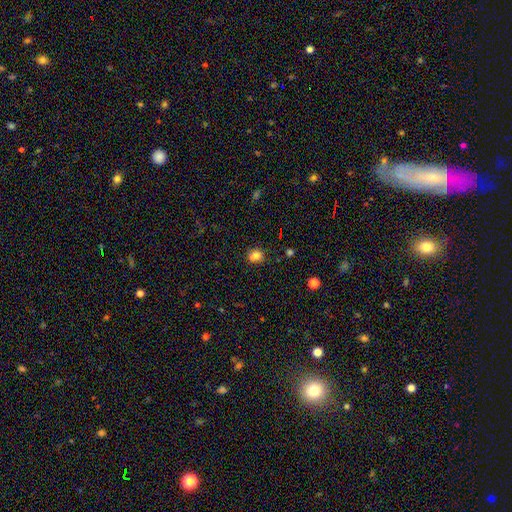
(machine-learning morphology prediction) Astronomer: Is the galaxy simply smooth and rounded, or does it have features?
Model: smooth — 81%.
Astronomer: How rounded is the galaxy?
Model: round — 76%.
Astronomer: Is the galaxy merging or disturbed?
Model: none — 81%.